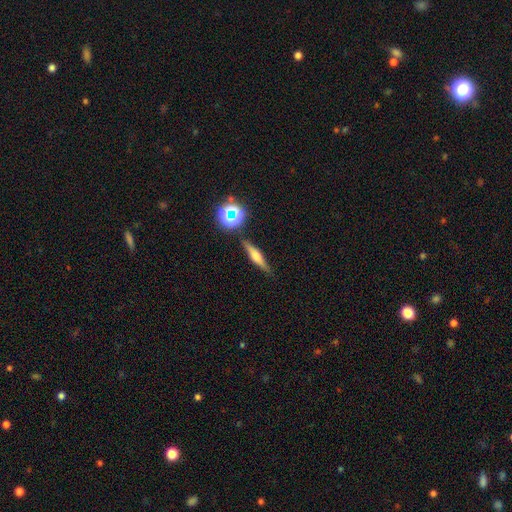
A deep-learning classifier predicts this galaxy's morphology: Smooth or featured: featured or disk — 44% (tied with smooth — 44%)
Merging: none — 83% (minor disturbance — 10%)